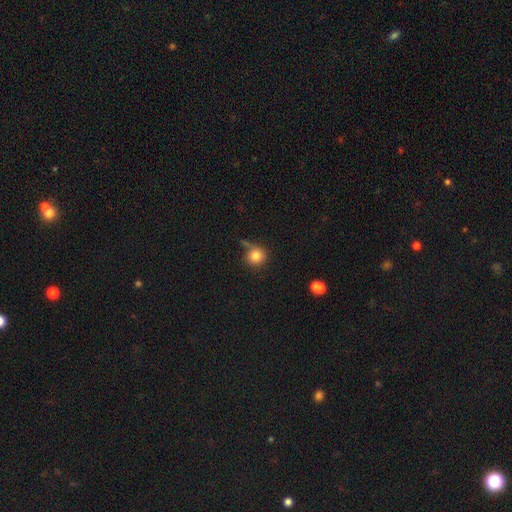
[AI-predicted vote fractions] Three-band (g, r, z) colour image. It shows a smooth galaxy with no disk features (83%) that is round (90%). Merging: none (65%).